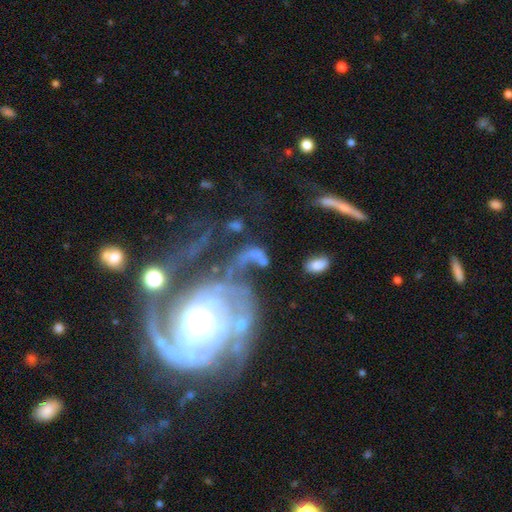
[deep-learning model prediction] This is possibly a featured or disk galaxy (50%). It is clearly not viewed edge-on (95%). Merging: marginally major disturbance (33%).